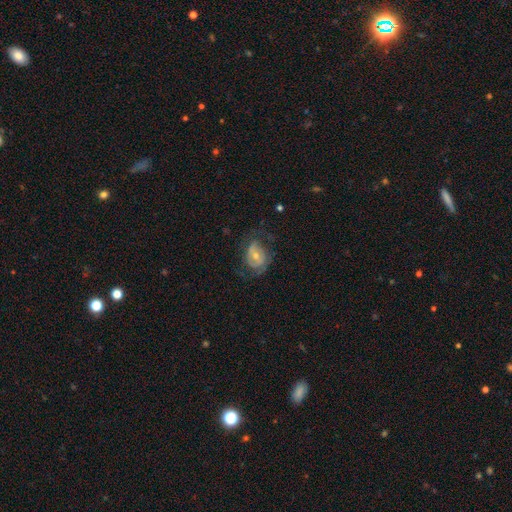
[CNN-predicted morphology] Smooth or featured: featured or disk — 61% (smooth — 32%)
Edge-on disk: no — 96% (yes — 4%)
Bar: no — 59% (weak — 31%)
Spiral arms: yes — 70% (no — 30%)
Bulge size: moderate — 50% (small — 45%)
Merging: none — 52% (major disturbance — 23%)